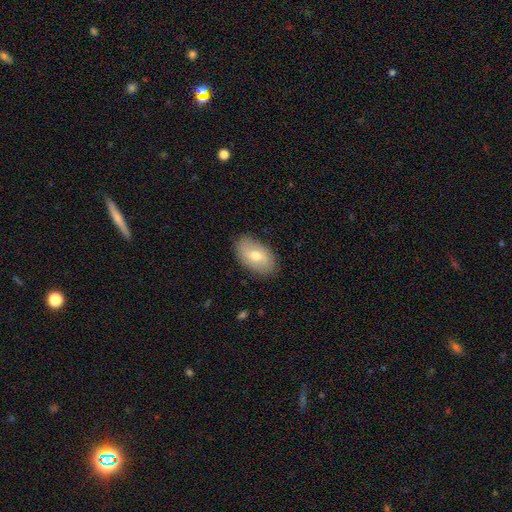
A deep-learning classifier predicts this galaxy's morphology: Overall: smooth (63%; featured or disk 30%). How rounded: in between (92%). Merging: none (85%).